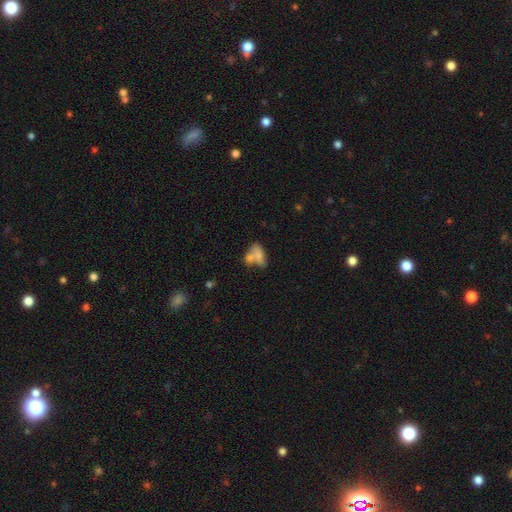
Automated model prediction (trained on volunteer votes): smooth 65%, featured or disk 25%, star or artifact 10%. Down the decision tree: how rounded — in between (83%); merging — merger (55%).